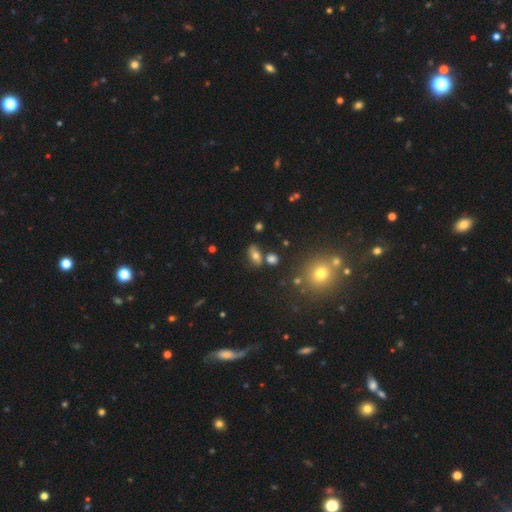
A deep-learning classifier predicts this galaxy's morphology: A smooth galaxy with no disk features (67%) that is in between round and cigar-shaped (81%).

Vote fractions:
- Smooth or featured? smooth: 67% / featured or disk: 18% / star or artifact: 15%
- How rounded? in between: 81% / round: 13% / cigar-shaped: 6%
- Merging? none: 68% / minor disturbance: 15% / merger: 12% / major disturbance: 5%